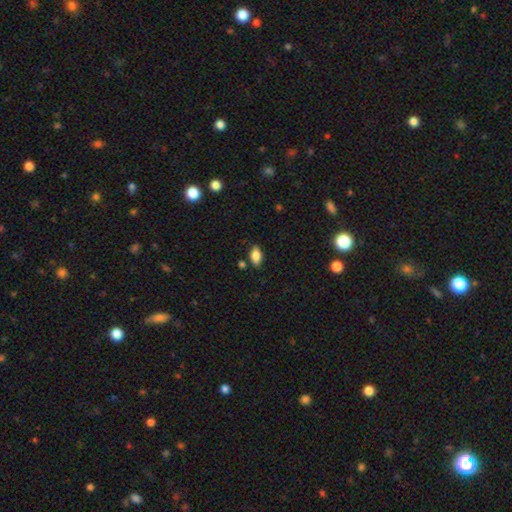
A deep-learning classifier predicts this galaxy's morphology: The model was most divided on "merging": none: 83%, minor disturbance: 12%, merger: 3%, major disturbance: 2%. More confident: how rounded — in between (91%); smooth or featured — smooth (83%).